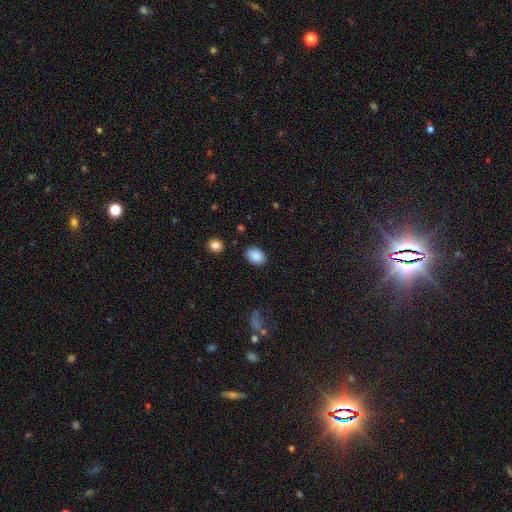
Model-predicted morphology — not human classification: Smooth or featured?
  - smooth: 88% *
  - star or artifact: 8%
  - featured or disk: 4%
How rounded?
  - in between: 72% *
  - round: 27%
  - cigar-shaped: 1%
Merging?
  - none: 84% *
  - minor disturbance: 11%
  - major disturbance: 3%
  - merger: 2%